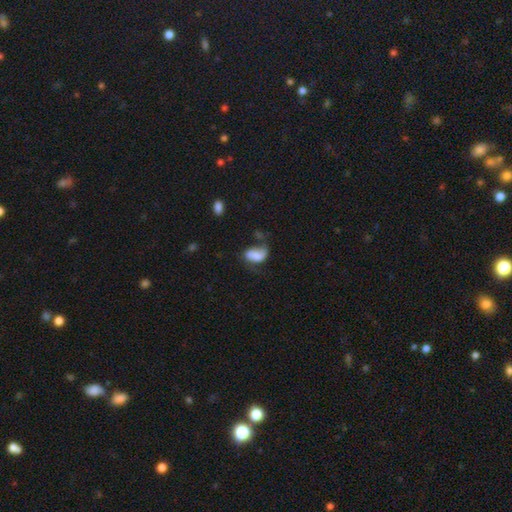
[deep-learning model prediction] smooth-or-featured: smooth: 63% | featured or disk: 28% | star or artifact: 9%
  how-rounded: in between: 90% | round: 8% | cigar-shaped: 2%
  merging: none: 34% | minor disturbance: 29% | major disturbance: 28% | merger: 9%